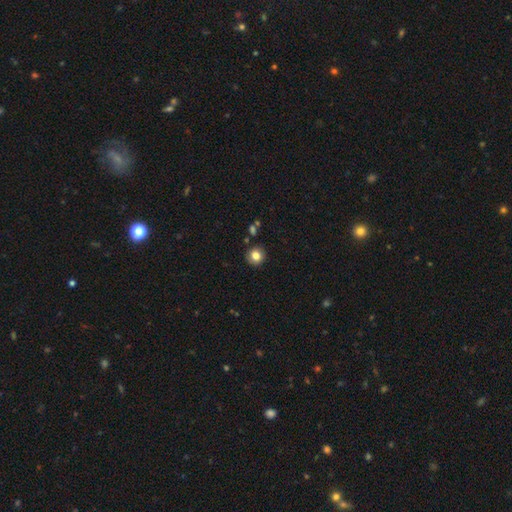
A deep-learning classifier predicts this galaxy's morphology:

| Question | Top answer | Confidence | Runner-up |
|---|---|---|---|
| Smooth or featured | smooth | 81% | star or artifact (11%) |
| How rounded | round | 92% | in between (8%) |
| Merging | none | 89% | minor disturbance (7%) |